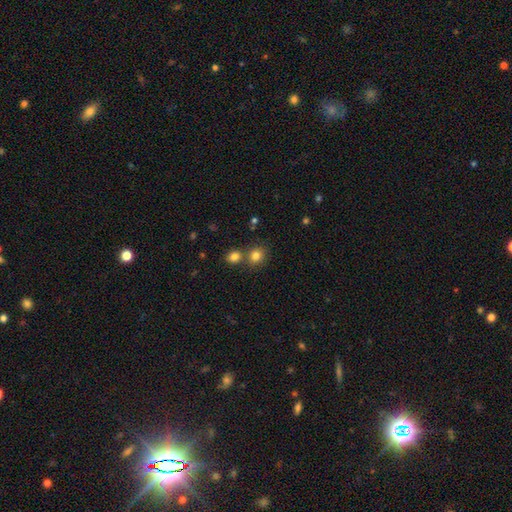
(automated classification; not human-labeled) A smooth galaxy with no disk features (80%) that is round (83%). Merging: none (65%).